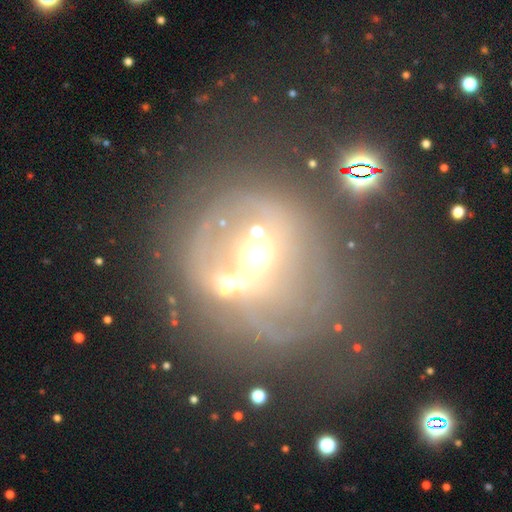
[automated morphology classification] A featured or disk galaxy (46%). Merging: none (45%).